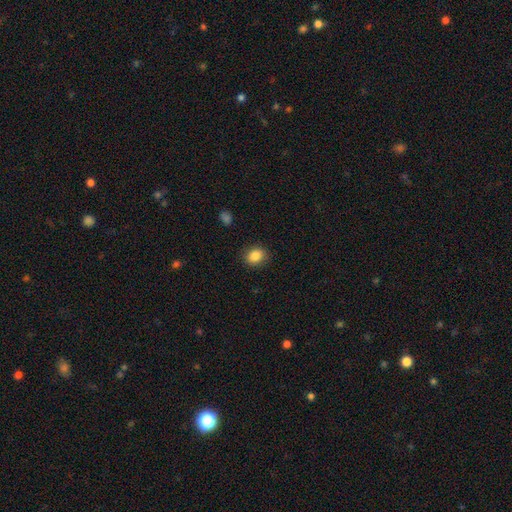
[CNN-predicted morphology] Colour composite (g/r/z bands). It shows a smooth galaxy with no disk features (86%) that is round (60%). Merging: none (88%).